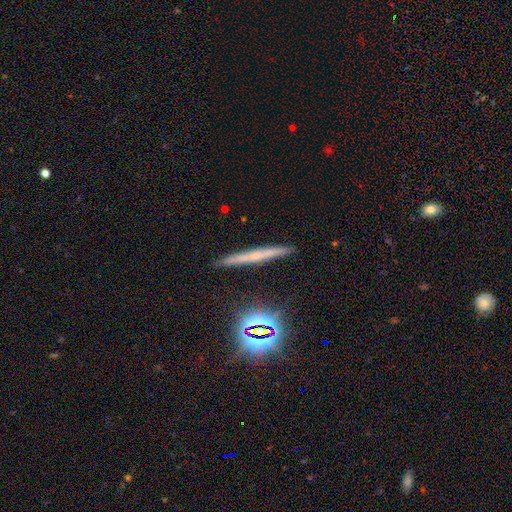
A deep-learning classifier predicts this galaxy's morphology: This appears to be a featured or disk galaxy (42%). Merging: none (90%).